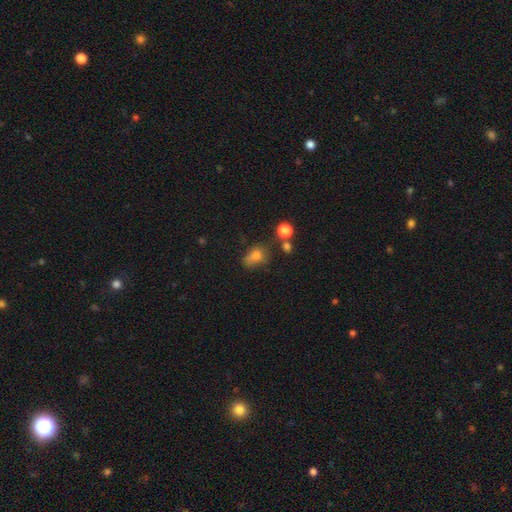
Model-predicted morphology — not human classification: A smooth galaxy with no disk features (75%) that is in between round and cigar-shaped (69%).

Vote fractions:
- Smooth or featured? smooth: 75% / star or artifact: 13% / featured or disk: 12%
- How rounded? in between: 69% / round: 28% / cigar-shaped: 2%
- Merging? none: 43% / minor disturbance: 30% / major disturbance: 16% / merger: 11%